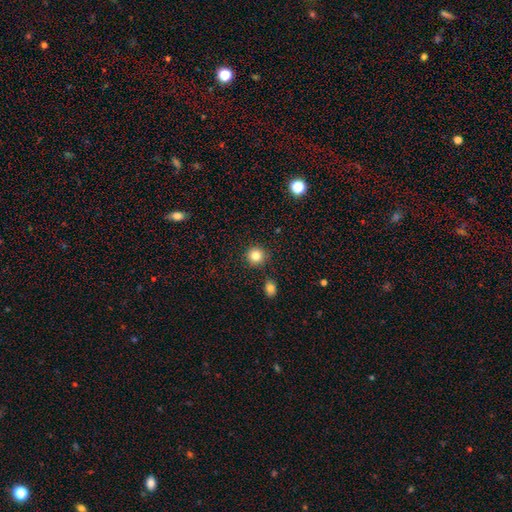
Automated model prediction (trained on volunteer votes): Q: Smooth or featured?
A: smooth (83%); runner-up: star or artifact (11%)
Q: How rounded?
A: round (93%); runner-up: in between (6%)
Q: Merging?
A: none (88%); runner-up: minor disturbance (7%)